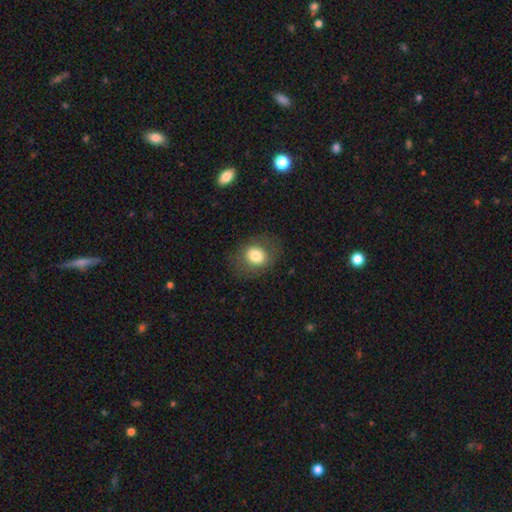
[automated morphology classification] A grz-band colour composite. It shows a smooth galaxy with no disk features (77%) that is round (60%). Merging: none (79%).